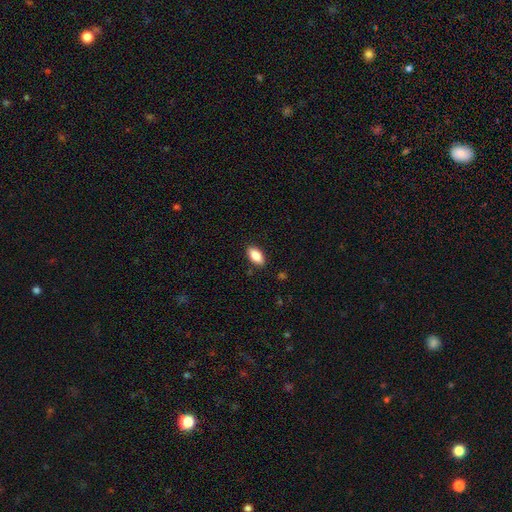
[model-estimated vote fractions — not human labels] Q: Smooth or featured?
A: smooth (85%); runner-up: featured or disk (9%)
Q: How rounded?
A: in between (90%); runner-up: cigar-shaped (7%)
Q: Merging?
A: none (87%); runner-up: minor disturbance (10%)